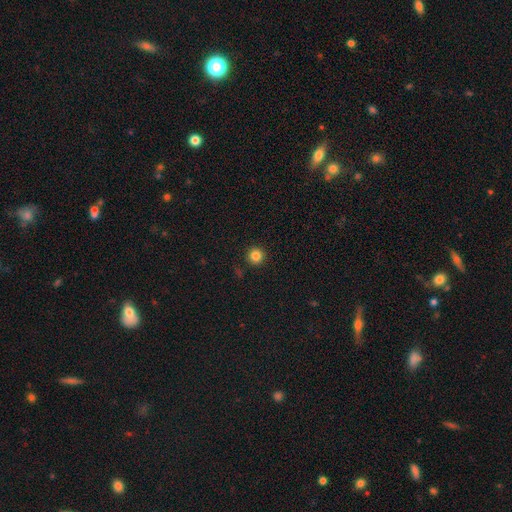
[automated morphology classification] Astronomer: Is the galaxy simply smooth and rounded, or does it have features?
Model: smooth — 84%.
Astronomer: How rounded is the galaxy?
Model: round — 96%.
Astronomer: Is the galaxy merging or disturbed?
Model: none — 92%.